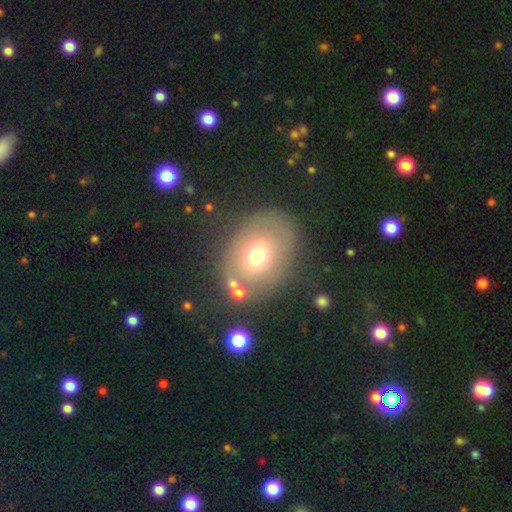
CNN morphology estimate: A smooth galaxy with no disk features (66%) that is in between round and cigar-shaped (55%).

Vote fractions:
- Smooth or featured? smooth: 66% / featured or disk: 22% / star or artifact: 13%
- How rounded? in between: 55% / round: 43% / cigar-shaped: 1%
- Merging? none: 69% / minor disturbance: 16% / major disturbance: 9% / merger: 7%